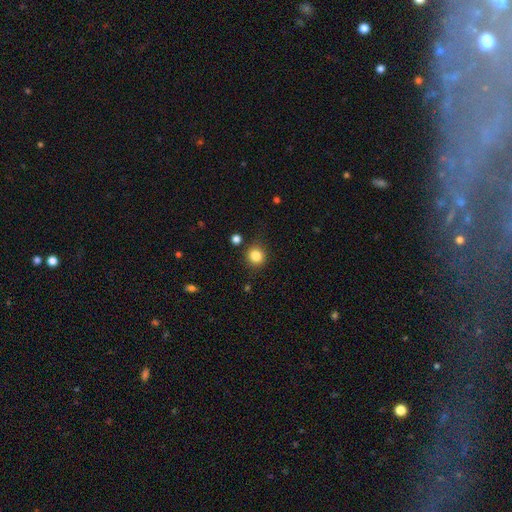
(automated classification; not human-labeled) This is clearly a smooth galaxy (84%). How rounded: clearly round (90%). Merging: clearly none (84%).